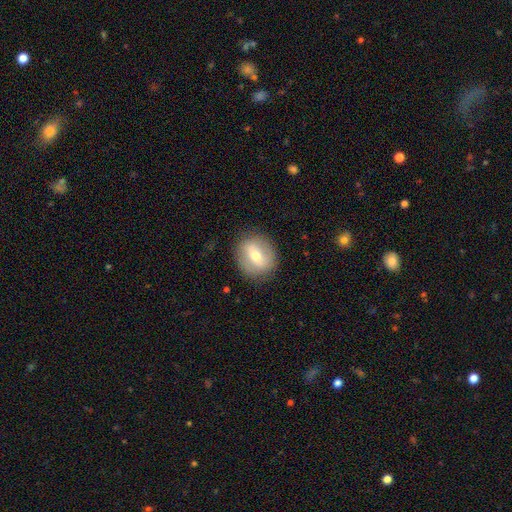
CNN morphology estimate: smooth-or-featured: smooth: 54% | featured or disk: 38% | star or artifact: 8%
  how-rounded: round: 74% | in between: 25% | cigar-shaped: 1%
  merging: none: 84% | minor disturbance: 11% | major disturbance: 4% | merger: 1%